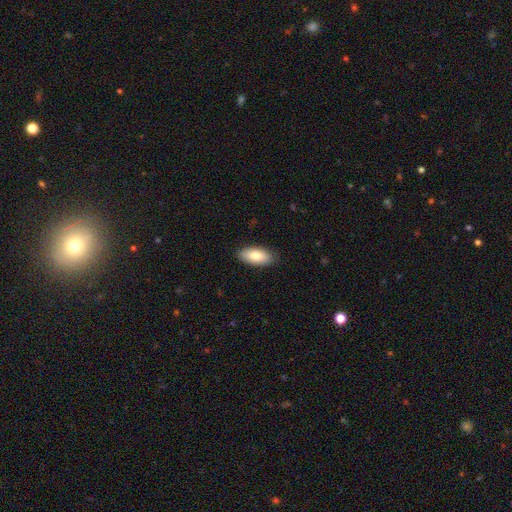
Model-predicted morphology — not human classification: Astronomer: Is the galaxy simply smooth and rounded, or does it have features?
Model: smooth — 83%.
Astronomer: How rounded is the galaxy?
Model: in between — 91%.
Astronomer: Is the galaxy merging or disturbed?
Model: none — 87%.